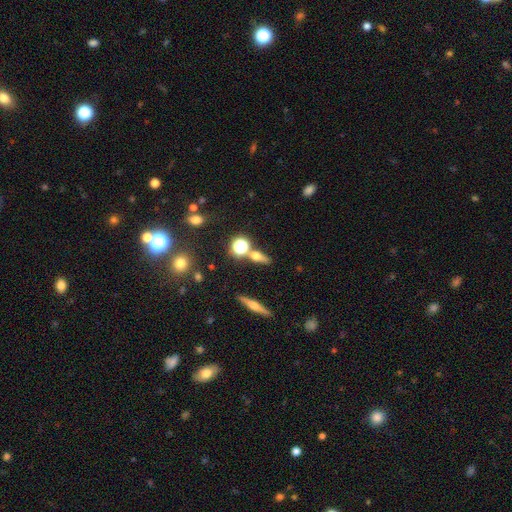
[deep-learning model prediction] smooth 52%, featured or disk 28%, star or artifact 20%. Down the decision tree: how rounded — in between (40%); merging — none (67%).